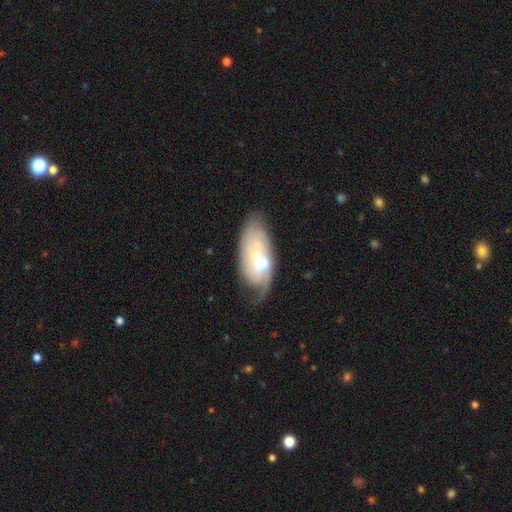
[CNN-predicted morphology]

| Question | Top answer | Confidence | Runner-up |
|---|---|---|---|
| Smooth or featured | featured or disk | 59% | smooth (33%) |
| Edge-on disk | no | 90% | yes (10%) |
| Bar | no | 71% | weak (23%) |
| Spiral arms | yes | 59% | no (41%) |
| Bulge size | moderate | 67% | small (18%) |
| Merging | none | 39% | minor disturbance (23%) |